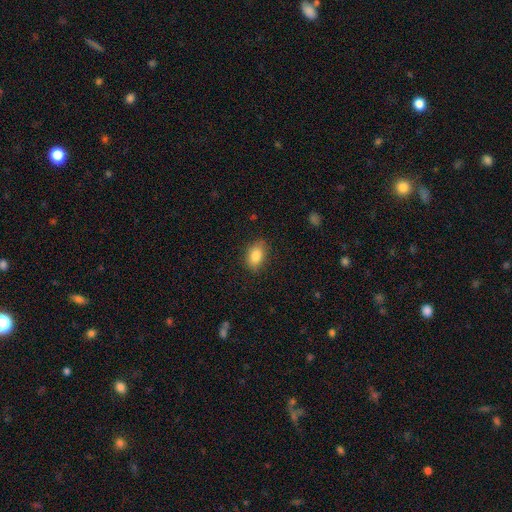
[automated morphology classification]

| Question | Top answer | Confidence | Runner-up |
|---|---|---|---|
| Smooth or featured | smooth | 86% | star or artifact (8%) |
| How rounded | in between | 87% | round (11%) |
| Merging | none | 82% | minor disturbance (14%) |